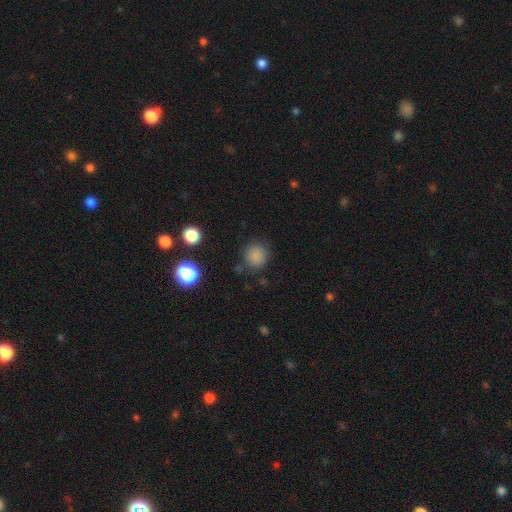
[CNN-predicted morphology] Q: Smooth or featured?
A: smooth (83%); runner-up: star or artifact (13%)
Q: How rounded?
A: round (91%); runner-up: in between (8%)
Q: Merging?
A: none (83%); runner-up: minor disturbance (10%)